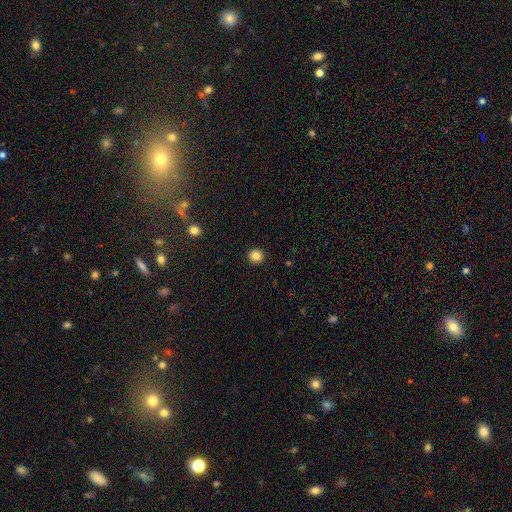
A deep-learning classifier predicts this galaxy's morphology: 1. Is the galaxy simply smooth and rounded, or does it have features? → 85% smooth, 11% star or artifact, 4% featured or disk.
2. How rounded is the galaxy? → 95% round, 4% in between, 1% cigar-shaped.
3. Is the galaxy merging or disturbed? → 93% none, 4% minor disturbance, 2% major disturbance, 1% merger.